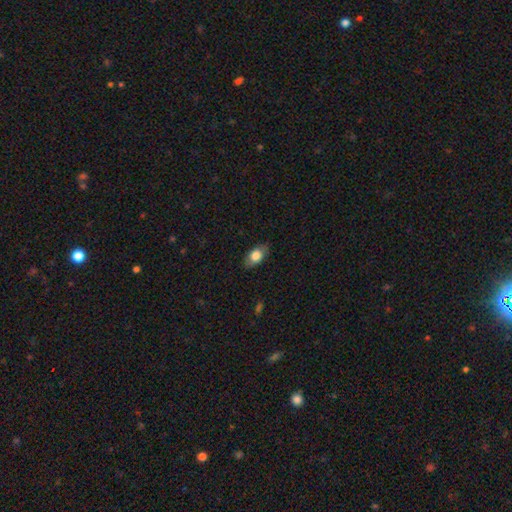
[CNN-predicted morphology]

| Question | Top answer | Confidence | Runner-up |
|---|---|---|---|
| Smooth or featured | smooth | 78% | featured or disk (15%) |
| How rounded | in between | 88% | round (8%) |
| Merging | none | 83% | minor disturbance (13%) |